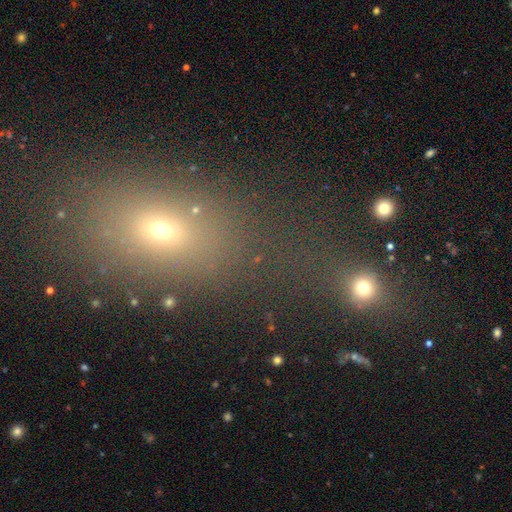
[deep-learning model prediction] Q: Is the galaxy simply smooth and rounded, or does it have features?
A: smooth — 50%.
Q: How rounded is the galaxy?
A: in between — 57%.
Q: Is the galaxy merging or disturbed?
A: none — 54%.